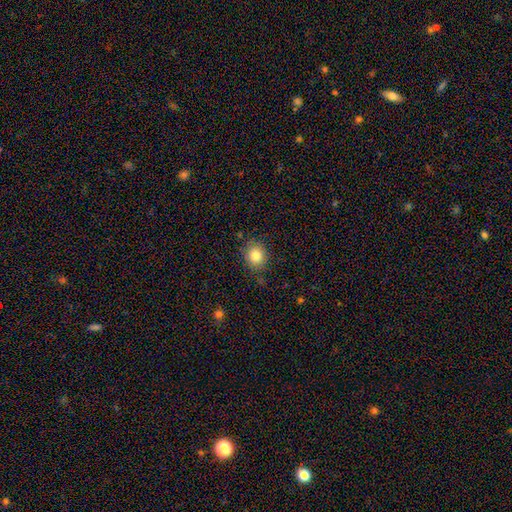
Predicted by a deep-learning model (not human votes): Smooth or featured? smooth (82%)
How rounded? round (79%)
Merging? none (83%)